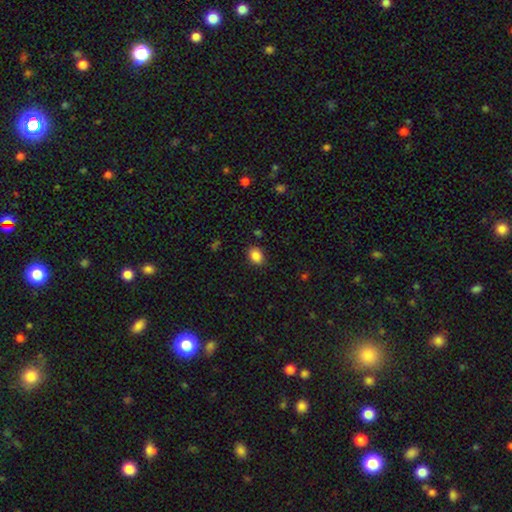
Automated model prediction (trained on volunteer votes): smooth-or-featured: smooth: 87% | star or artifact: 9% | featured or disk: 4%
  how-rounded: in between: 63% | round: 36% | cigar-shaped: 1%
  merging: none: 86% | minor disturbance: 10% | major disturbance: 3% | merger: 1%